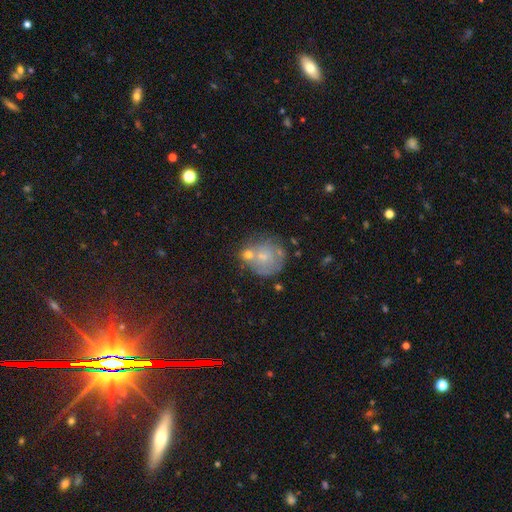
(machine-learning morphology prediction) A featured or disk galaxy (43%).

Vote fractions:
- Smooth or featured? featured or disk: 43% / smooth: 37% / star or artifact: 20%
- Merging? none: 57% / merger: 18% / minor disturbance: 17% / major disturbance: 8%